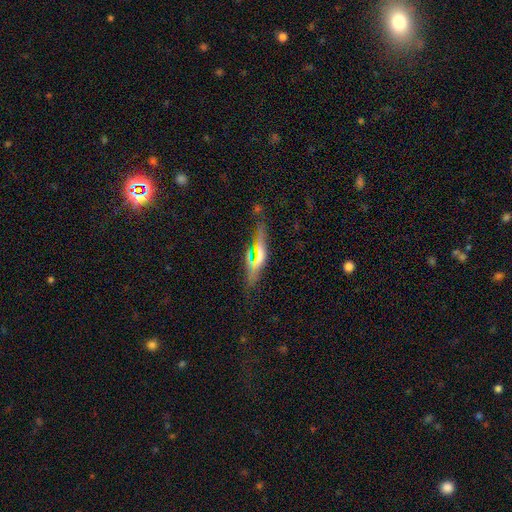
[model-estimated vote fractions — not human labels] Morphology: type=featured or disk (43%); merging=none (72%).